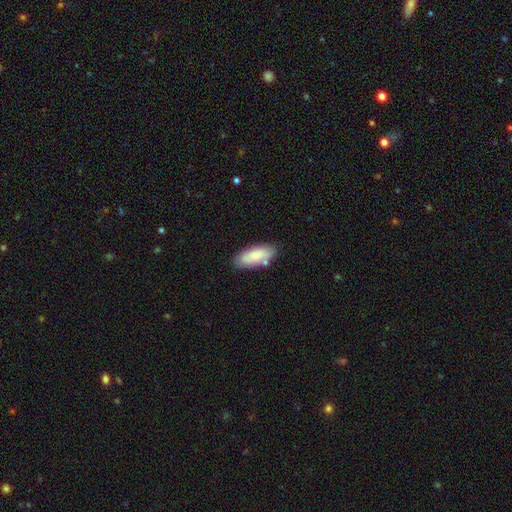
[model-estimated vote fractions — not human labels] Q: Smooth or featured?
A: smooth (80%); runner-up: featured or disk (14%)
Q: How rounded?
A: in between (81%); runner-up: cigar-shaped (17%)
Q: Merging?
A: none (76%); runner-up: minor disturbance (15%)